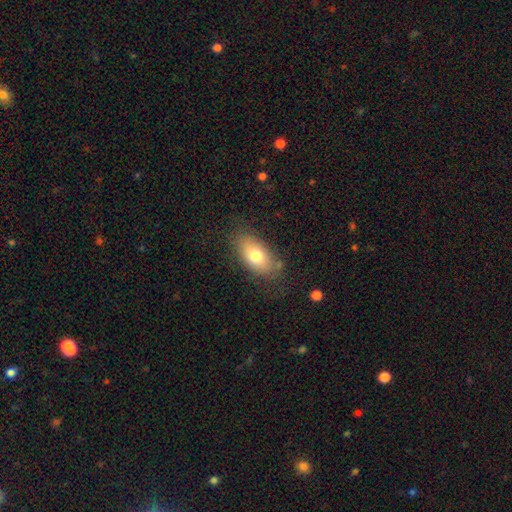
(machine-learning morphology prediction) Smooth or featured? smooth (74%)
How rounded? in between (90%)
Merging? none (74%)